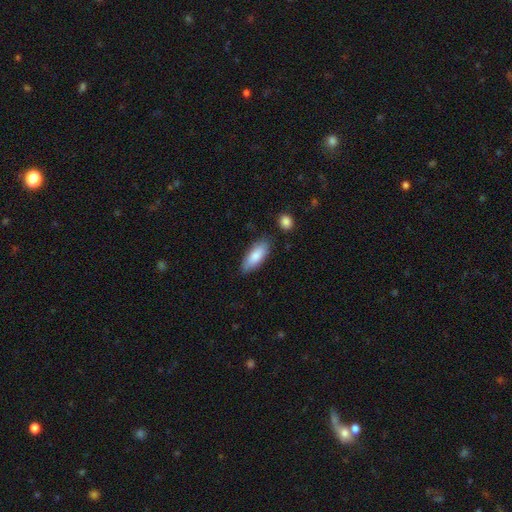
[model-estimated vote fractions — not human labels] Smooth or featured?
  - smooth: 83% *
  - featured or disk: 11%
  - star or artifact: 6%
How rounded?
  - in between: 74% *
  - cigar-shaped: 24%
  - round: 2%
Merging?
  - none: 80% *
  - minor disturbance: 14%
  - merger: 3%
  - major disturbance: 3%